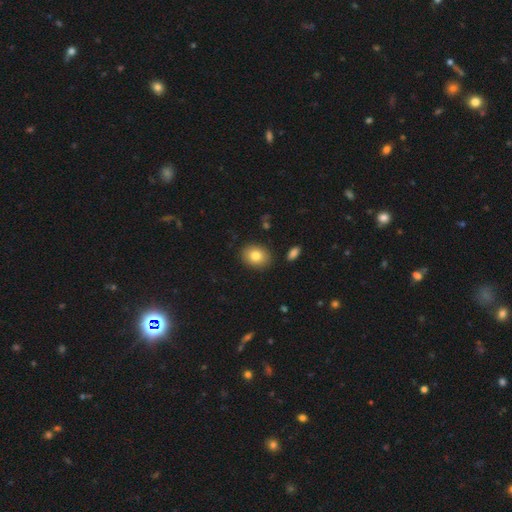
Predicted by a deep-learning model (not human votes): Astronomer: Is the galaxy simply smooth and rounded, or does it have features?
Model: smooth — 81%.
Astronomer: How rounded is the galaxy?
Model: in between — 58% (runner-up: round, 41%).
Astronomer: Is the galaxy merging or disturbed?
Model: none — 89%.